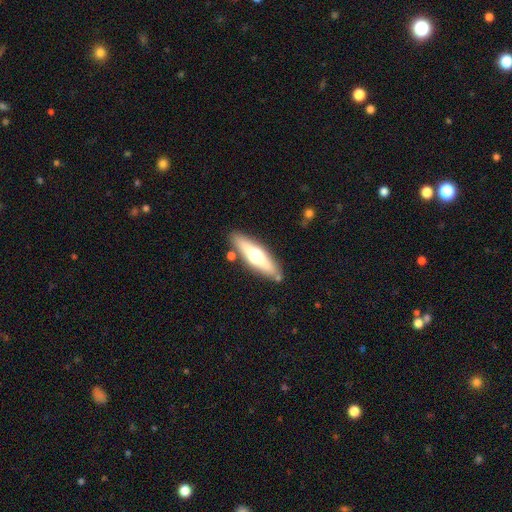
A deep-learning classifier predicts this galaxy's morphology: This is possibly a featured or disk galaxy (56%). It is clearly viewed edge-on (90%). Edge-on bulge: clearly rounded (94%). Merging: clearly none (83%).